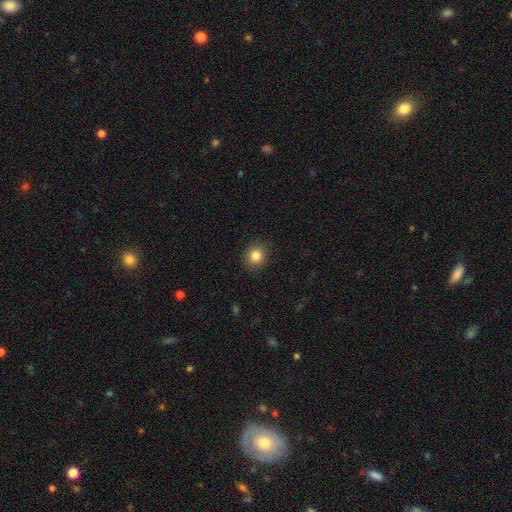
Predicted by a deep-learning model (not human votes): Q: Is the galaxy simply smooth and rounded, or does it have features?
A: smooth — 83%.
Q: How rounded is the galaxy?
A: round — 88%.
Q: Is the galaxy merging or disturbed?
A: none — 90%.